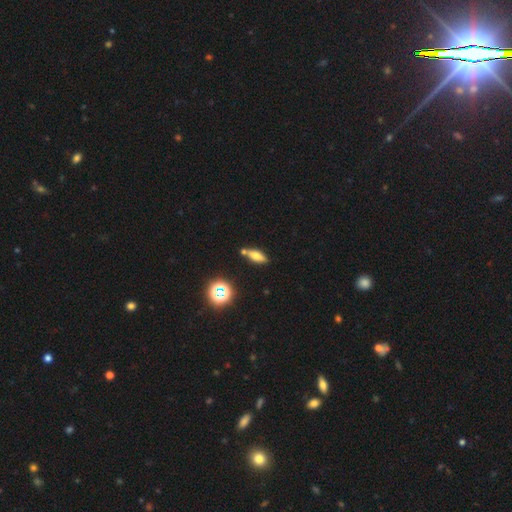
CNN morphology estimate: type=smooth (60%); roundness=in between (64%); merging=none (68%).